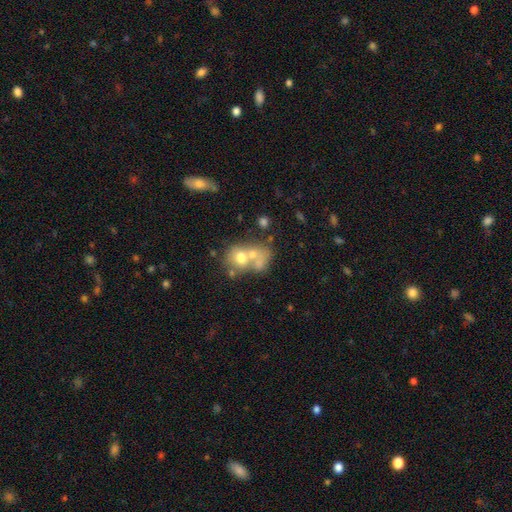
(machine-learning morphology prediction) A smooth galaxy with no disk features (58%) that is round (56%). Merging: merger (62%).